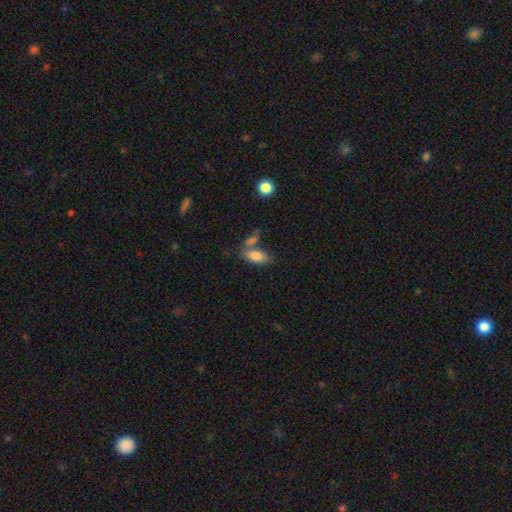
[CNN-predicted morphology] The model was most divided on "merging": none: 50%, merger: 30%, minor disturbance: 14%, major disturbance: 6%. More confident: how rounded — in between (86%); smooth or featured — smooth (81%).